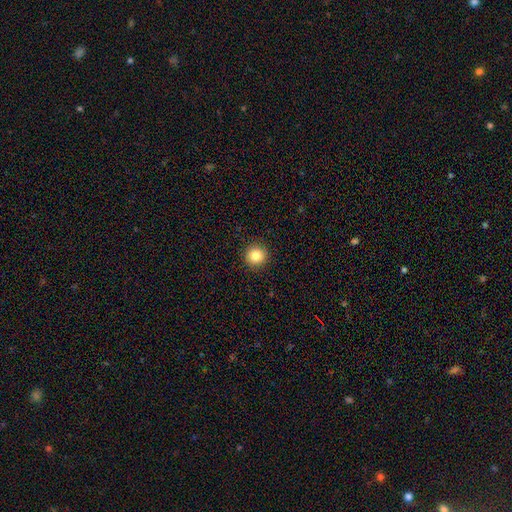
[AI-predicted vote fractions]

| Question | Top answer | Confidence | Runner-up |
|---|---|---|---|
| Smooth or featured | smooth | 84% | star or artifact (11%) |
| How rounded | round | 94% | in between (5%) |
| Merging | none | 93% | minor disturbance (4%) |